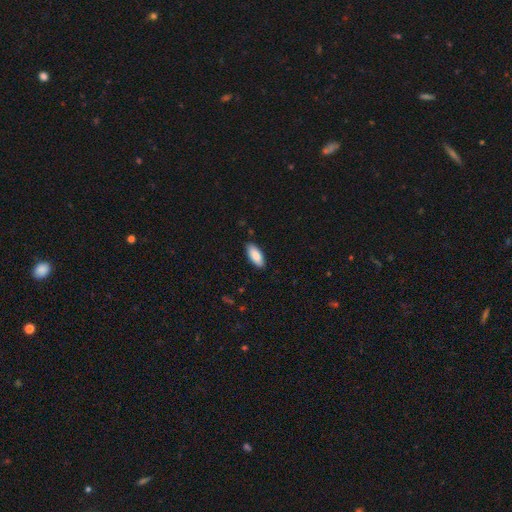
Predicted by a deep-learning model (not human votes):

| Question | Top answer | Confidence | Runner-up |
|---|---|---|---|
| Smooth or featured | smooth | 88% | featured or disk (7%) |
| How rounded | in between | 85% | cigar-shaped (13%) |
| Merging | none | 88% | minor disturbance (9%) |